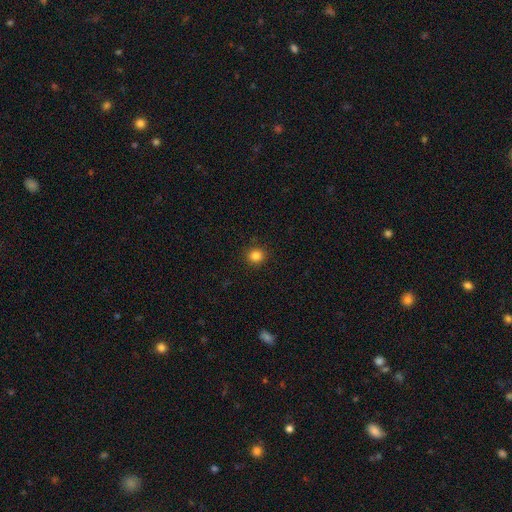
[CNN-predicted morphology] Smooth or featured?
  - smooth: 84% *
  - star or artifact: 12%
  - featured or disk: 4%
How rounded?
  - round: 90% *
  - in between: 9%
  - cigar-shaped: 1%
Merging?
  - none: 91% *
  - minor disturbance: 6%
  - major disturbance: 2%
  - merger: 1%